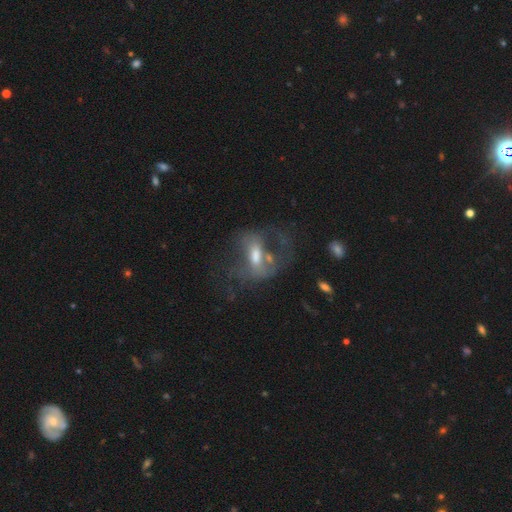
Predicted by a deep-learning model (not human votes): Smooth or featured: featured or disk — 65% (smooth — 24%)
Edge-on disk: no — 94% (yes — 6%)
Bar: weak — 43% (no — 36%)
Spiral arms: yes — 54% (no — 46%)
Bulge size: moderate — 59% (small — 23%)
Merging: major disturbance — 40% (none — 30%)